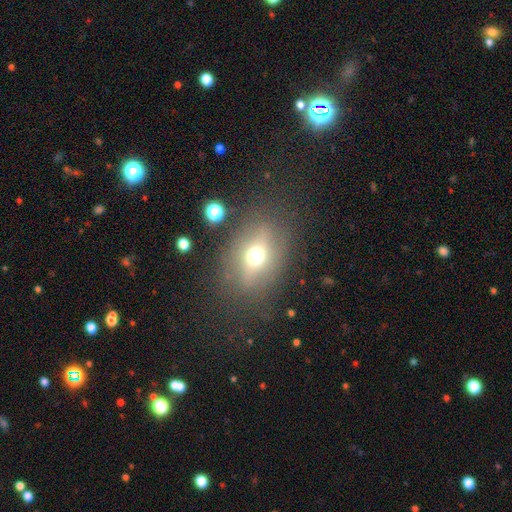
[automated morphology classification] A smooth galaxy with no disk features (58%) that is in between round and cigar-shaped (57%).

Vote fractions:
- Smooth or featured? smooth: 58% / featured or disk: 24% / star or artifact: 17%
- How rounded? in between: 57% / round: 40% / cigar-shaped: 3%
- Merging? none: 74% / minor disturbance: 15% / major disturbance: 9% / merger: 3%